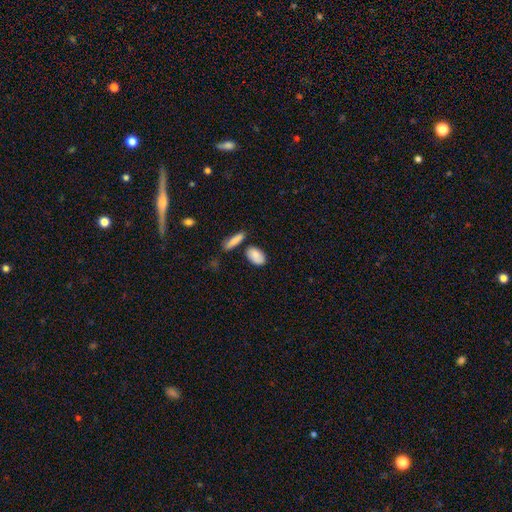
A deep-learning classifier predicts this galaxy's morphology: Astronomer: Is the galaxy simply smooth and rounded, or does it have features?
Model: smooth — 86%.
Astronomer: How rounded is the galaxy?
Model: in between — 90%.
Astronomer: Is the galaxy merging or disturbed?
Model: none — 74%.